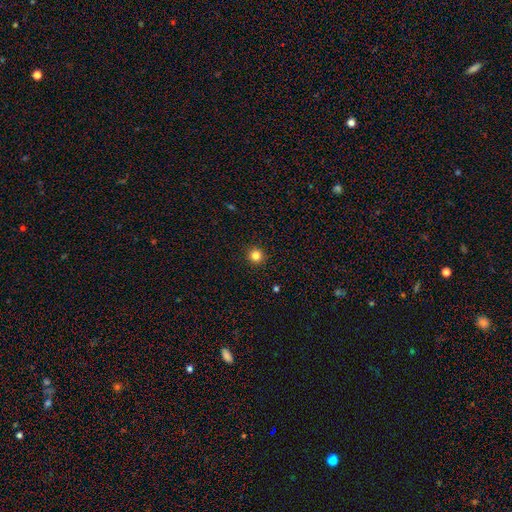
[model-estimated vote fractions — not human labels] Smooth or featured? Predicted: smooth (p=0.83). How rounded? Predicted: round (p=0.95). Merging? Predicted: none (p=0.93).